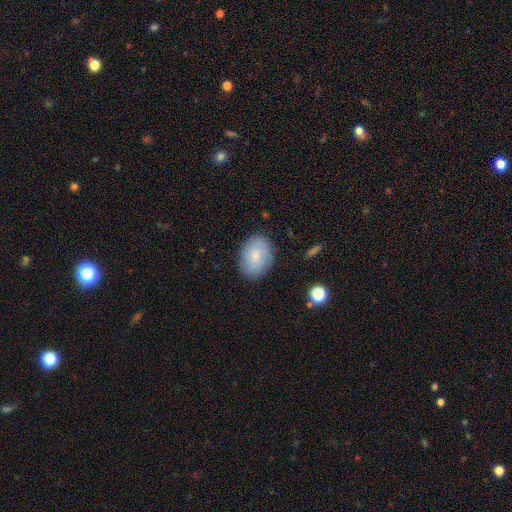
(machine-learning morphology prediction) smooth_or_featured: smooth (p=0.78) [alt: featured or disk p=0.15]
how_rounded: in between (p=0.74) [alt: round p=0.25]
merging: none (p=0.84) [alt: minor disturbance p=0.12]